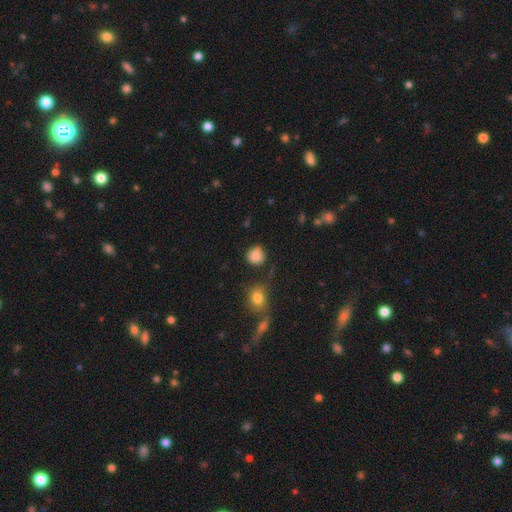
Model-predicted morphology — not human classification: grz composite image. It shows a smooth galaxy with no disk features (85%) that is round (85%). Merging: none (74%).